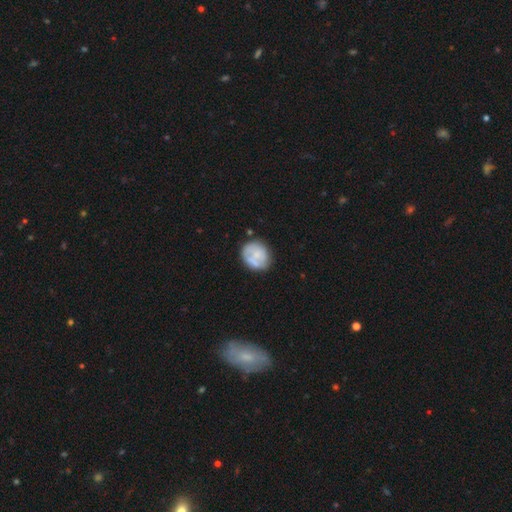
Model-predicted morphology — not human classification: smooth 57%, featured or disk 35%, star or artifact 7%. Down the decision tree: how rounded — round (74%); merging — none (60%).